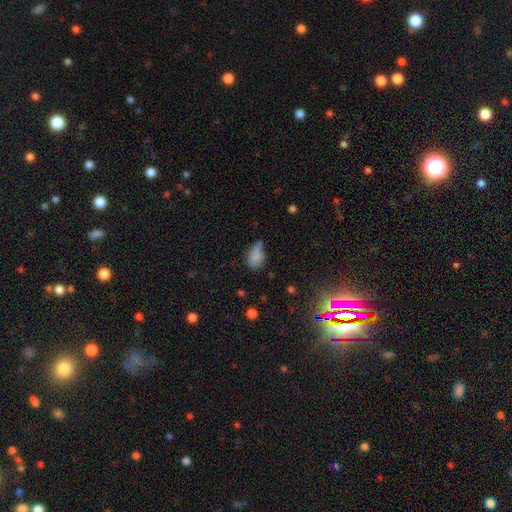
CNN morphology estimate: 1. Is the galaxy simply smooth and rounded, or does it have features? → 78% smooth, 11% star or artifact, 10% featured or disk.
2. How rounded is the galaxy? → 87% in between, 10% round, 3% cigar-shaped.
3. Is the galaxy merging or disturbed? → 40% minor disturbance, 35% none, 17% major disturbance, 8% merger.